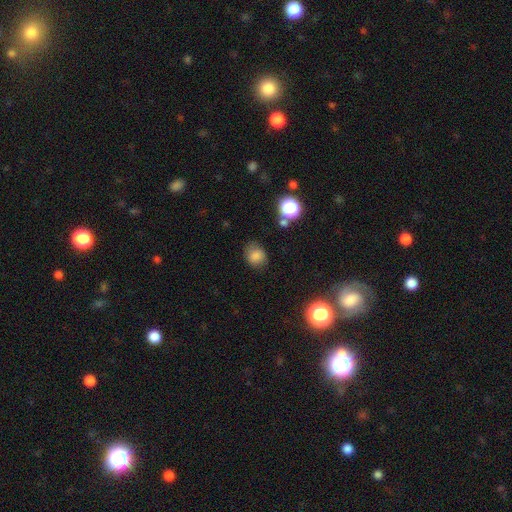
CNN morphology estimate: smooth_or_featured: smooth (p=0.80) [alt: star or artifact p=0.13]
how_rounded: round (p=0.67) [alt: in between p=0.32]
merging: none (p=0.73) [alt: minor disturbance p=0.19]